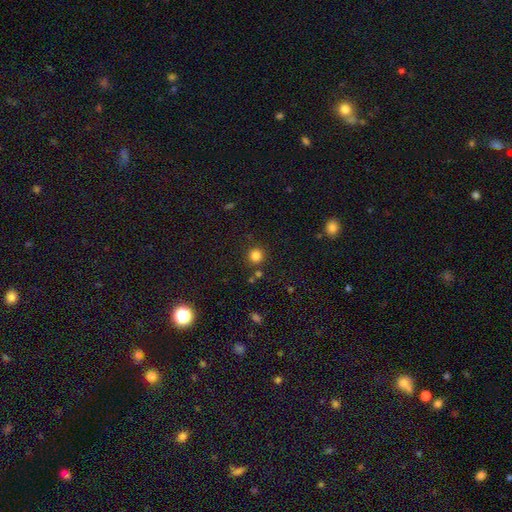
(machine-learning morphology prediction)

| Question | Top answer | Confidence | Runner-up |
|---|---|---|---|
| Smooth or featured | smooth | 82% | star or artifact (14%) |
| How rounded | round | 94% | in between (5%) |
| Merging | none | 85% | minor disturbance (7%) |